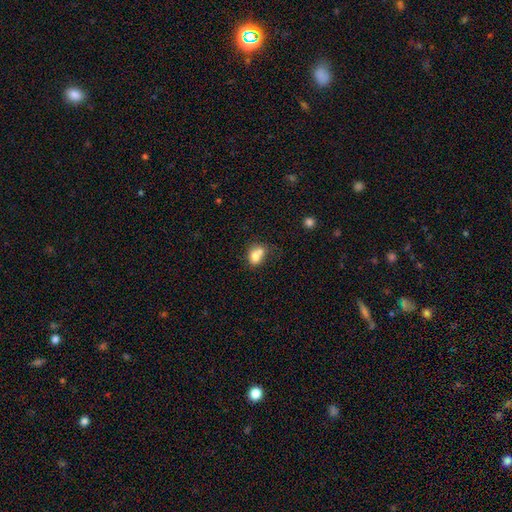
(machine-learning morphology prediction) Smooth or featured: smooth — 74% (featured or disk — 15%)
How rounded: in between — 50% (round — 49%)
Merging: merger — 51% (none — 31%)